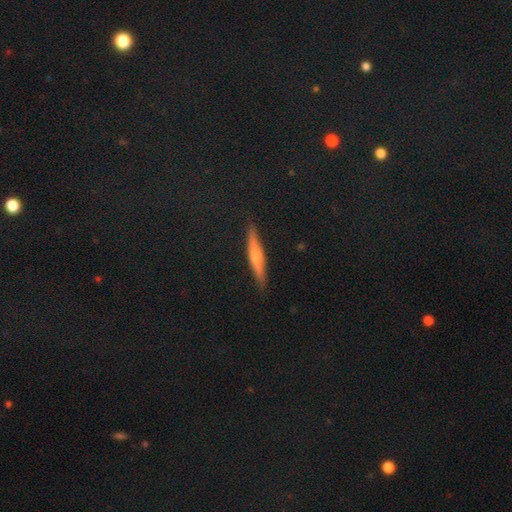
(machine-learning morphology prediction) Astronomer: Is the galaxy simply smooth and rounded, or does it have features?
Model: featured or disk — 52% (runner-up: smooth, 28%).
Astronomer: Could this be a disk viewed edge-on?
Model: yes — 91%.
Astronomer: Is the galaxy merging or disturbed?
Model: none — 90%.